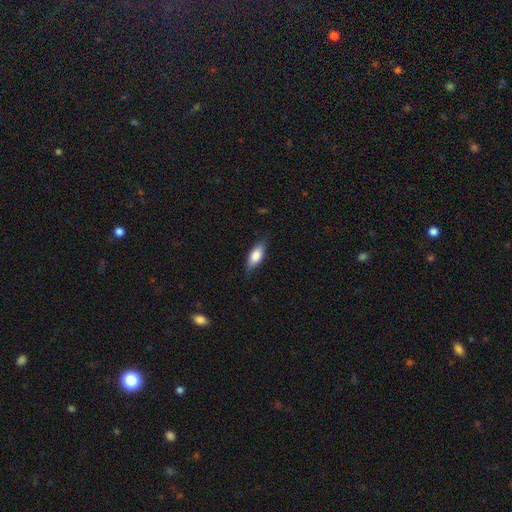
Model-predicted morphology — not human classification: smooth-or-featured: smooth: 78% | featured or disk: 16% | star or artifact: 6%
  how-rounded: in between: 80% | cigar-shaped: 17% | round: 3%
  merging: none: 77% | minor disturbance: 19% | major disturbance: 3% | merger: 1%